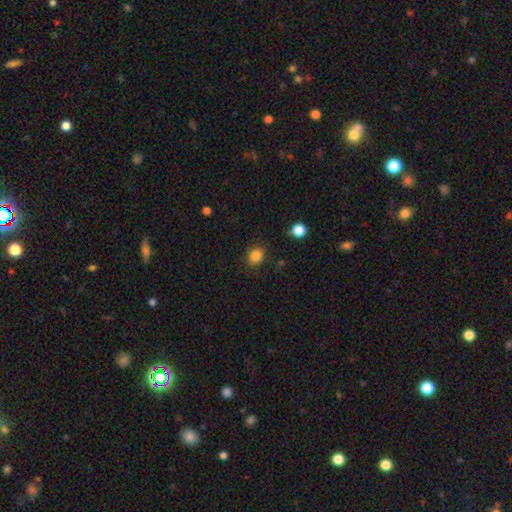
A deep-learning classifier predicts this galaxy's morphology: smooth_or_featured: smooth (p=0.84) [alt: star or artifact p=0.11]
how_rounded: round (p=0.61) [alt: in between p=0.38]
merging: none (p=0.86) [alt: minor disturbance p=0.10]